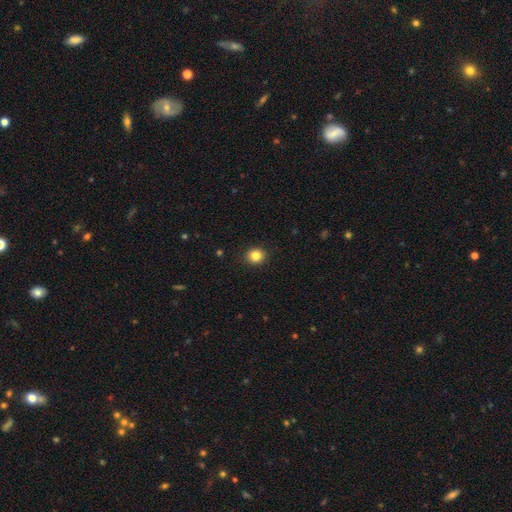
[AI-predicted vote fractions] smooth 84%, star or artifact 11%, featured or disk 5%. Down the decision tree: how rounded — round (83%); merging — none (91%).